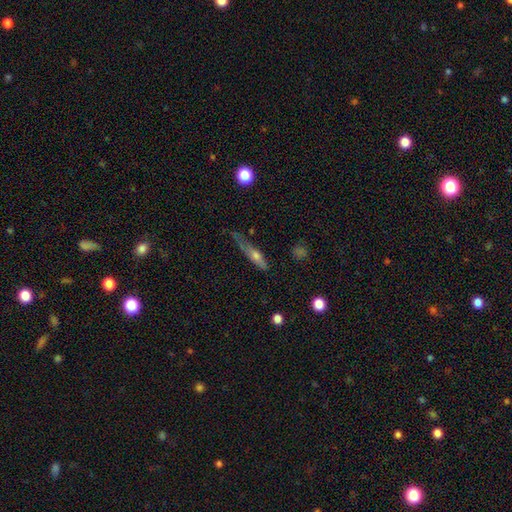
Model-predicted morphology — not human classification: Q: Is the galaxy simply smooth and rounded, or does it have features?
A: smooth — 50%.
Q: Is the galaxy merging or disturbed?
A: none — 44%.